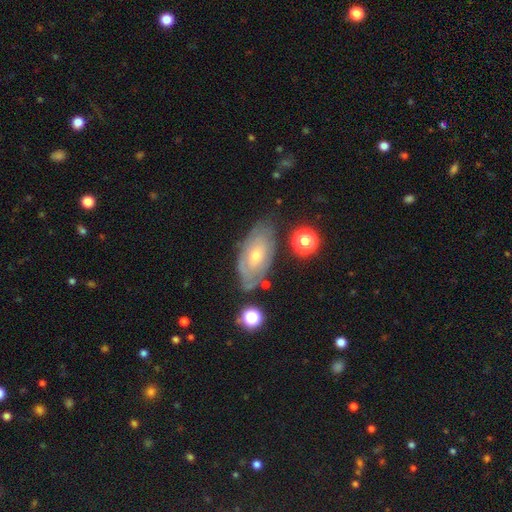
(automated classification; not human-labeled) smooth_or_featured: featured or disk (p=0.63) [alt: smooth p=0.29]
disk_edge_on: no (p=0.90) [alt: yes p=0.10]
bar: no (p=0.75) [alt: weak p=0.21]
has_spiral_arms: yes (p=0.70) [alt: no p=0.30]
bulge_size: small (p=0.59) [alt: moderate p=0.37]
merging: none (p=0.66) [alt: minor disturbance p=0.22]